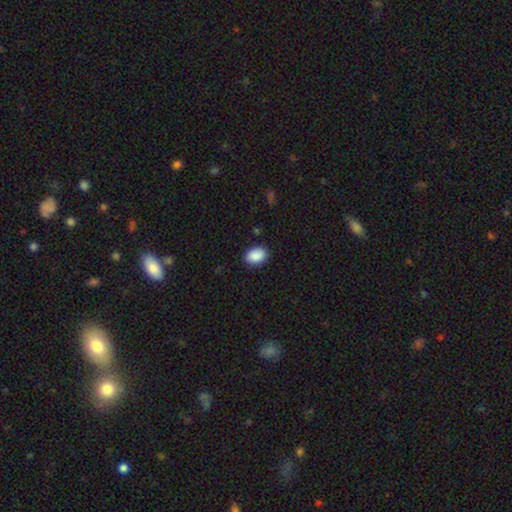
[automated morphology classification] smooth-or-featured: smooth: 90% | star or artifact: 7% | featured or disk: 3%
  how-rounded: in between: 83% | round: 16% | cigar-shaped: 1%
  merging: none: 87% | minor disturbance: 10% | major disturbance: 2% | merger: 1%